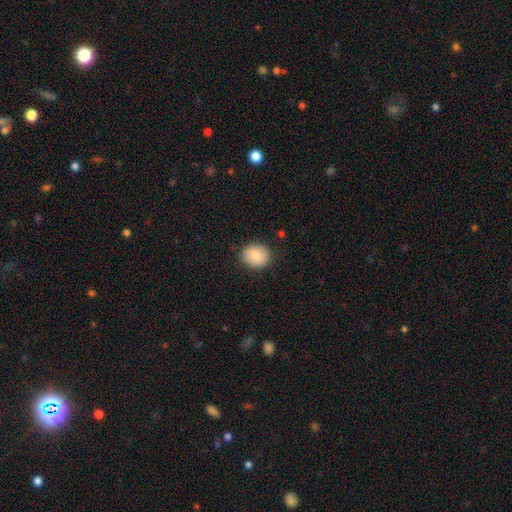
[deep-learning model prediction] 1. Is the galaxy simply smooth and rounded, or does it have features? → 80% smooth, 12% featured or disk, 8% star or artifact.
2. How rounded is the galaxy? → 70% round, 29% in between, 1% cigar-shaped.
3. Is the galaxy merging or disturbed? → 87% none, 10% minor disturbance, 2% major disturbance, 1% merger.